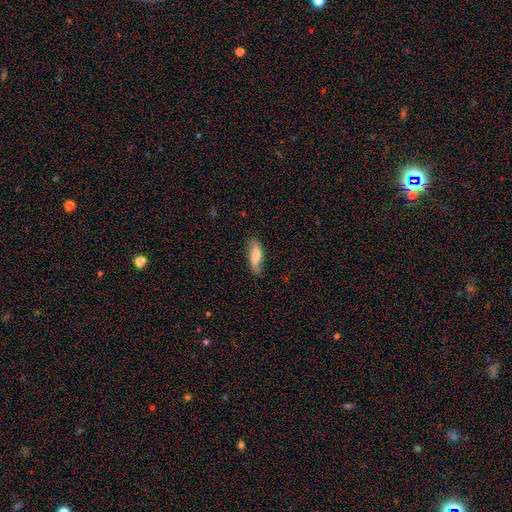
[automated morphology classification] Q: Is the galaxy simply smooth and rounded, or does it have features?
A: smooth — 64%.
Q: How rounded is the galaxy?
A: in between — 59%.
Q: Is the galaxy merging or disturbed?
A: none — 76%.